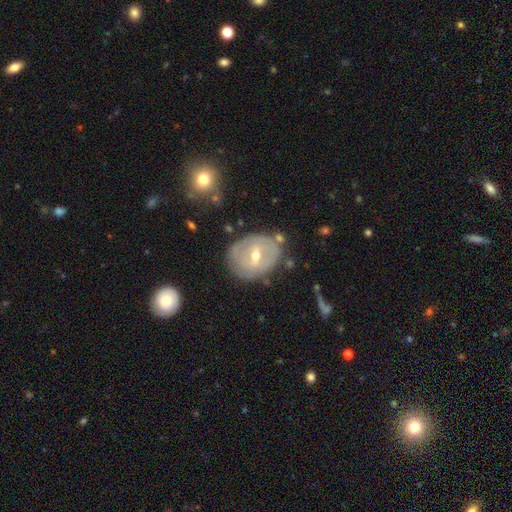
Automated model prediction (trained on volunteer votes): smooth-or-featured: featured or disk: 69% | smooth: 24% | star or artifact: 7%
  disk-edge-on: no: 95% | yes: 5%
    bar: weak: 53% | strong: 28% | no: 19%
    has-spiral-arms: yes: 59% | no: 41%
    bulge-size: moderate: 56% | small: 41% | large: 2% | none: 1% | dominant: 1%
  merging: none: 69% | minor disturbance: 21% | major disturbance: 7% | merger: 3%